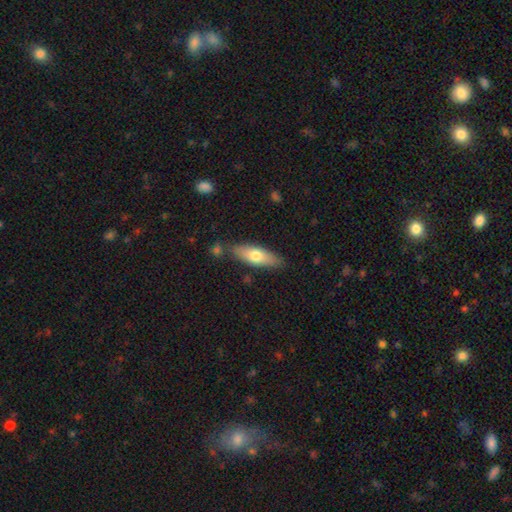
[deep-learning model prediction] Q: Smooth or featured?
A: smooth (66%); runner-up: featured or disk (28%)
Q: How rounded?
A: in between (56%); runner-up: cigar-shaped (42%)
Q: Merging?
A: none (79%); runner-up: minor disturbance (13%)